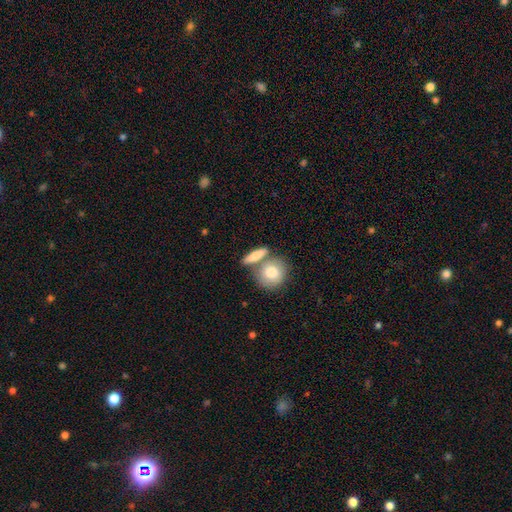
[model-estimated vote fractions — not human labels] The model was most divided on "how rounded": in between: 39%, cigar-shaped: 31%, round: 30%. More confident: smooth or featured — smooth (73%); merging — none (54%).